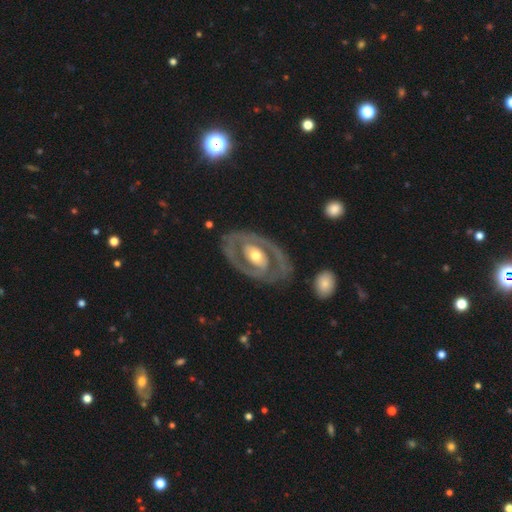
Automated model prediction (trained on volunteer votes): Smooth or featured? featured or disk (79%)
Edge-on disk? no (94%)
Bar? no (55%)
Spiral arms? yes (53%)
Bulge size? moderate (67%)
Merging? none (76%)